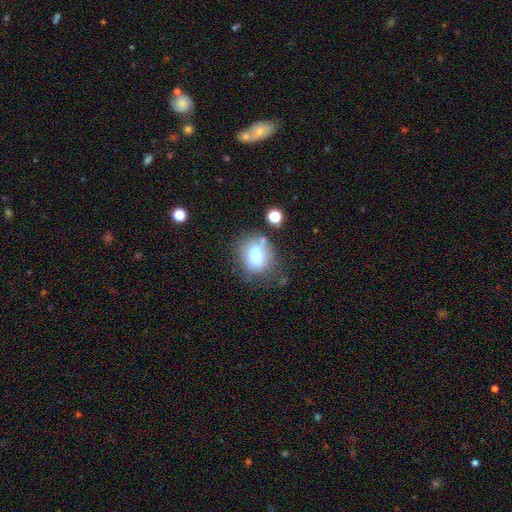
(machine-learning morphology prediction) smooth-or-featured: smooth: 70% | featured or disk: 18% | star or artifact: 12%
  how-rounded: in between: 52% | round: 46% | cigar-shaped: 2%
  merging: none: 53% | minor disturbance: 22% | merger: 14% | major disturbance: 11%